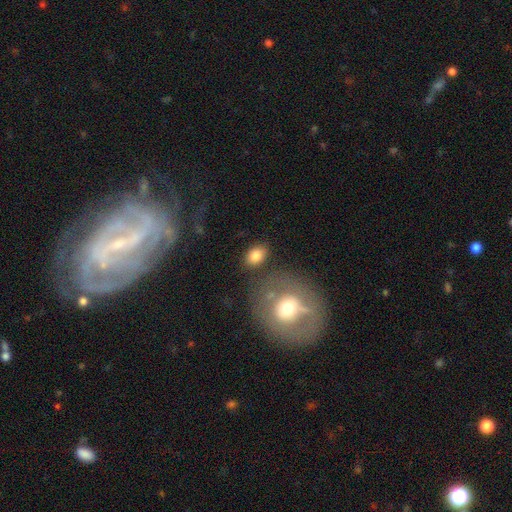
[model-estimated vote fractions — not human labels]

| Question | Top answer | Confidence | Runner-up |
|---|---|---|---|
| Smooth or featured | smooth | 83% | featured or disk (9%) |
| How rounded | in between | 79% | round (20%) |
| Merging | none | 78% | minor disturbance (11%) |